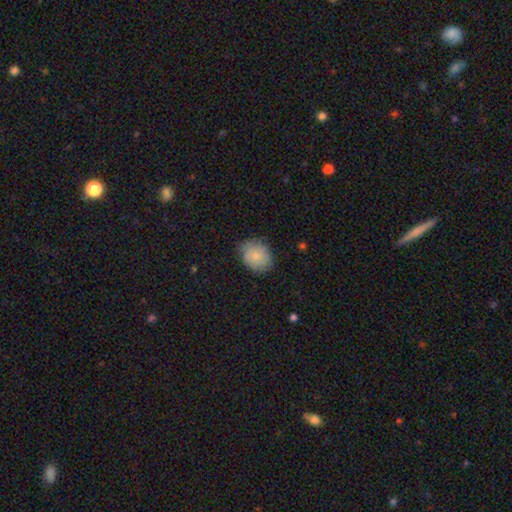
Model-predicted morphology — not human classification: Overall: smooth (80%). How rounded: round (51%; in between 48%). Merging: none (74%).